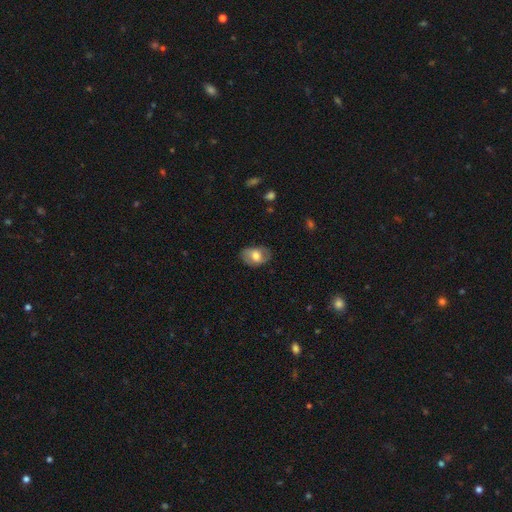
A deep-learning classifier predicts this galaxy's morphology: smooth 60%, featured or disk 32%, star or artifact 7%. Down the decision tree: how rounded — in between (81%); merging — none (76%).